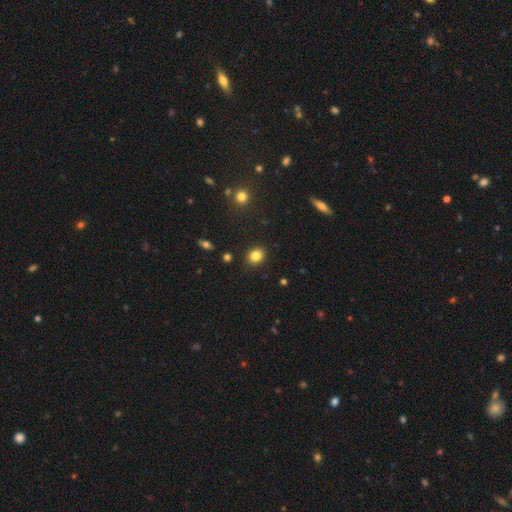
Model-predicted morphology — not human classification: A smooth galaxy with no disk features (83%) that is round (63%).

Vote fractions:
- Smooth or featured? smooth: 83% / star or artifact: 11% / featured or disk: 6%
- How rounded? round: 63% / in between: 36% / cigar-shaped: 1%
- Merging? none: 89% / minor disturbance: 7% / major disturbance: 2% / merger: 2%